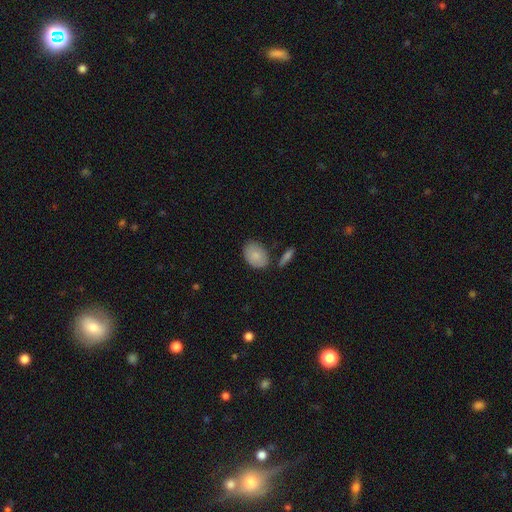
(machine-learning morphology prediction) A smooth galaxy with no disk features (83%) that is in between round and cigar-shaped (82%).

Vote fractions:
- Smooth or featured? smooth: 83% / featured or disk: 10% / star or artifact: 7%
- How rounded? in between: 82% / round: 17% / cigar-shaped: 1%
- Merging? none: 70% / minor disturbance: 18% / merger: 7% / major disturbance: 4%